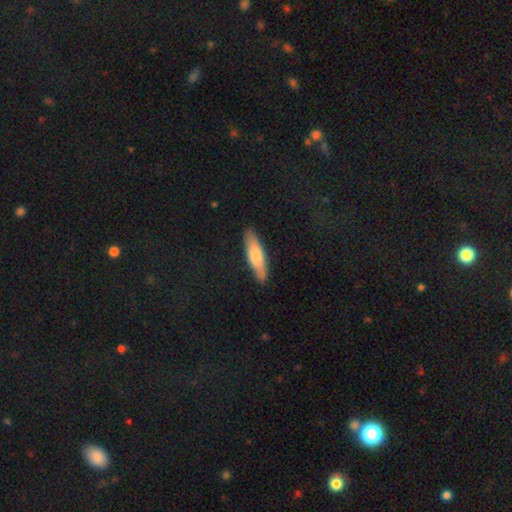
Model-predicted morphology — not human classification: Overall: smooth (71%). How rounded: cigar-shaped (69%; in between 30%). Merging: none (87%).